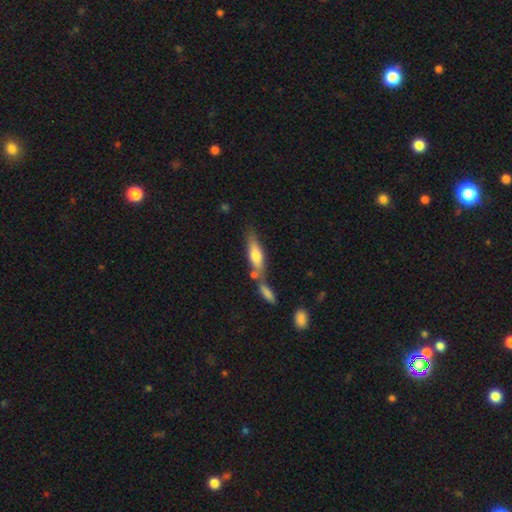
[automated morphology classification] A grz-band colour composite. It shows a smooth galaxy with no disk features (61%) that is cigar-shaped (59%). Merging: none (46%).